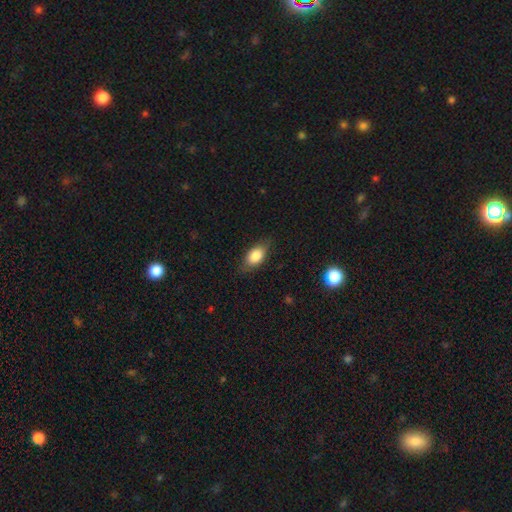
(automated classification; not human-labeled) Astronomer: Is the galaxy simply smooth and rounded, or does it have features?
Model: smooth — 80%.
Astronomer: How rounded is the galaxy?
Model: in between — 86%.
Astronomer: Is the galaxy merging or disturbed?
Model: none — 78%.